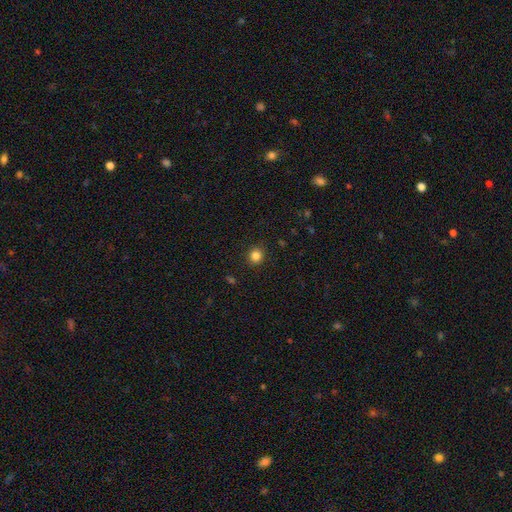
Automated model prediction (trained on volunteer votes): Q: Smooth or featured?
A: smooth (84%); runner-up: star or artifact (12%)
Q: How rounded?
A: round (89%); runner-up: in between (10%)
Q: Merging?
A: none (91%); runner-up: minor disturbance (6%)